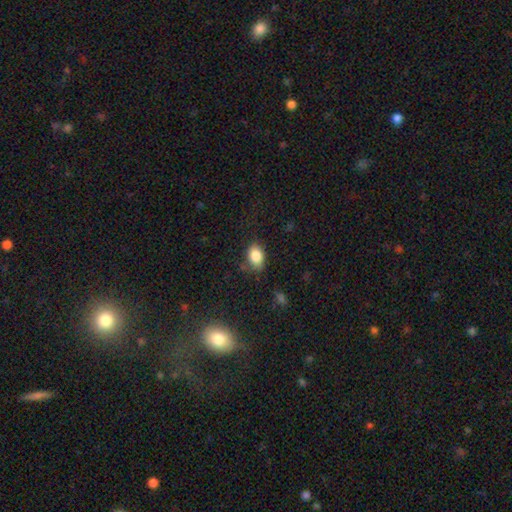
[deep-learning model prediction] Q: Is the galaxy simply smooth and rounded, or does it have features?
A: smooth — 84%.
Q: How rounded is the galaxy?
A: in between — 82%.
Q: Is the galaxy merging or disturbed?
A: none — 74%.